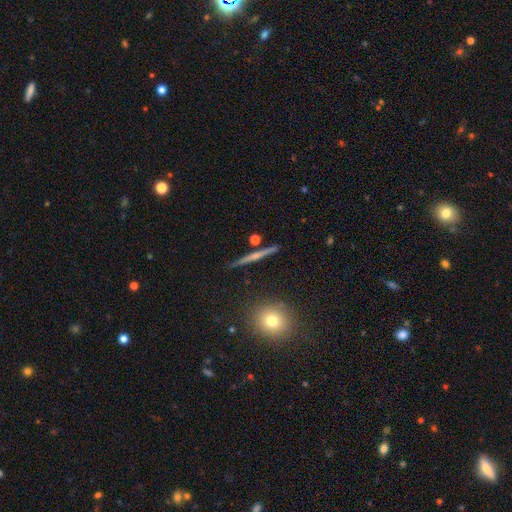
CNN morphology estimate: The model was most divided on "edge-on bulge": none: 48%, rounded: 44%, boxy: 8%. More confident: edge-on disk — yes (96%); merging — none (89%); smooth or featured — featured or disk (62%).